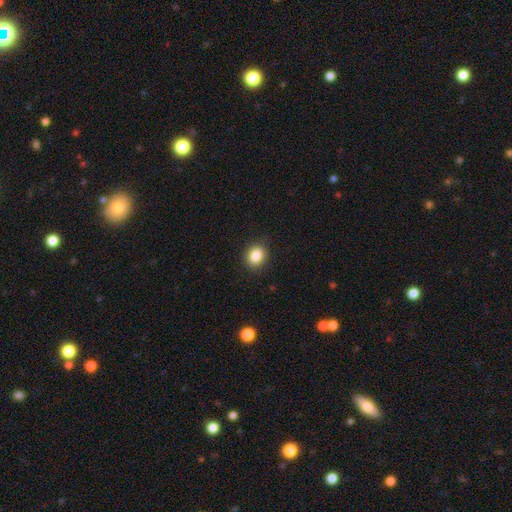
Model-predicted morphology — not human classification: smooth-or-featured: smooth: 86% | star or artifact: 10% | featured or disk: 5%
  how-rounded: round: 63% | in between: 36% | cigar-shaped: 1%
  merging: none: 87% | minor disturbance: 9% | major disturbance: 2% | merger: 1%